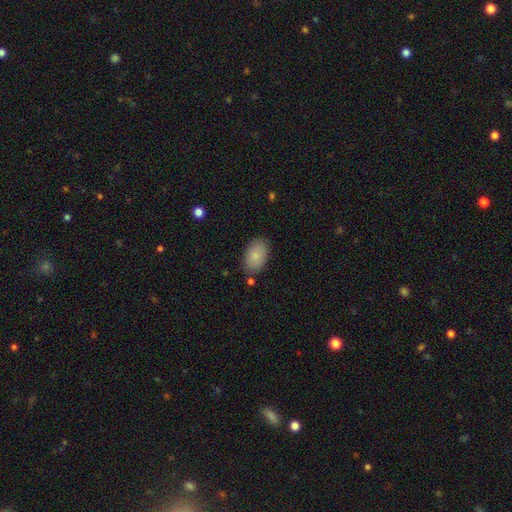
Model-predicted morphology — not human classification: The model was most divided on "merging": none: 82%, minor disturbance: 12%, major disturbance: 3%, merger: 3%. More confident: how rounded — in between (91%); smooth or featured — smooth (85%).